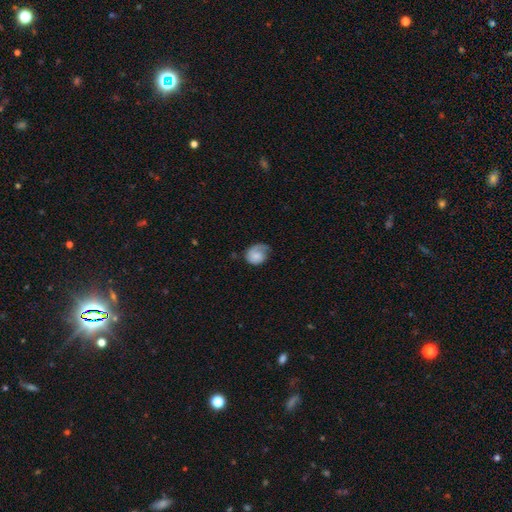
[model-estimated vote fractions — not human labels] Overall: featured or disk (47%; smooth 46%). Merging: none (47%; minor disturbance 28%).